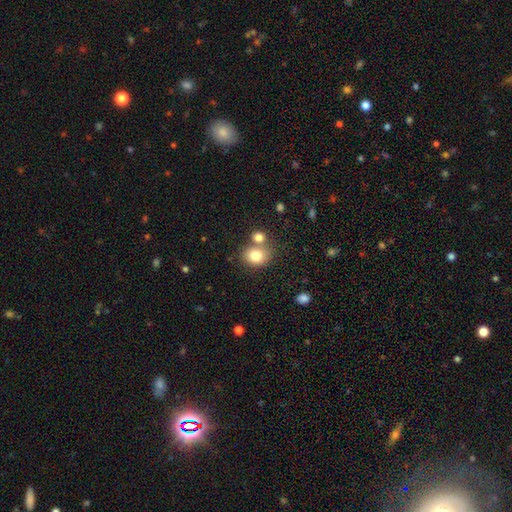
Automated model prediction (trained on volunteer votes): smooth-or-featured: smooth: 79% | featured or disk: 11% | star or artifact: 10%
  how-rounded: round: 61% | in between: 38% | cigar-shaped: 1%
  merging: none: 55% | merger: 30% | minor disturbance: 11% | major disturbance: 4%